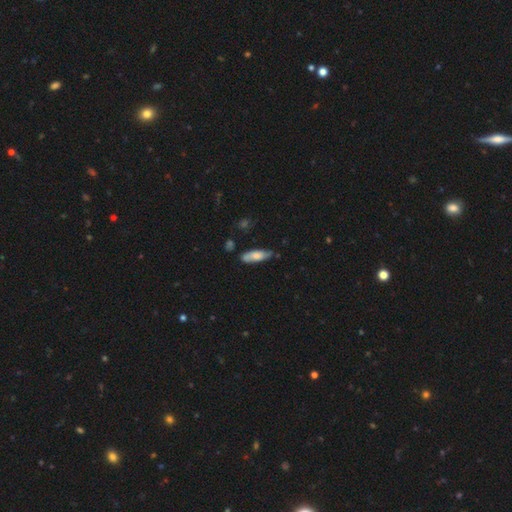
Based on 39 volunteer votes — smooth-or-featured: smooth: 74% | featured or disk: 23% | star or artifact: 3%
  how-rounded: in between: 62% | cigar-shaped: 38% | round: 0%
  merging: none: 71% | minor disturbance: 26% | major disturbance: 3% | merger: 0%